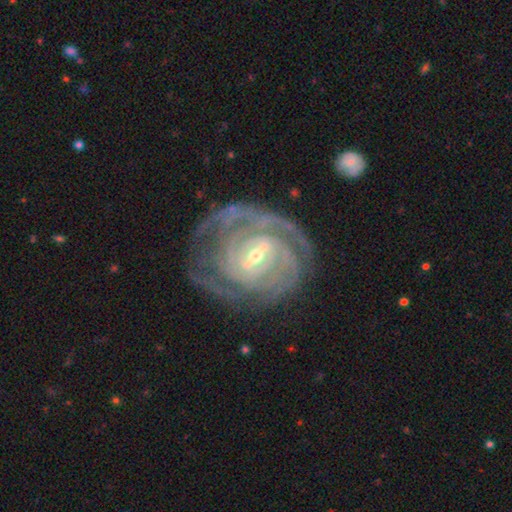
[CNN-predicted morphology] This is clearly a featured or disk galaxy (90%). It is clearly not viewed edge-on (97%). Bar: possibly weak (47%). Spiral arm pattern: clearly yes (97%). Spiral arm count: marginally can't tell (26%). Spiral winding: likely tight (79%). Central bulge: possibly small (58%). Merging: likely none (72%).